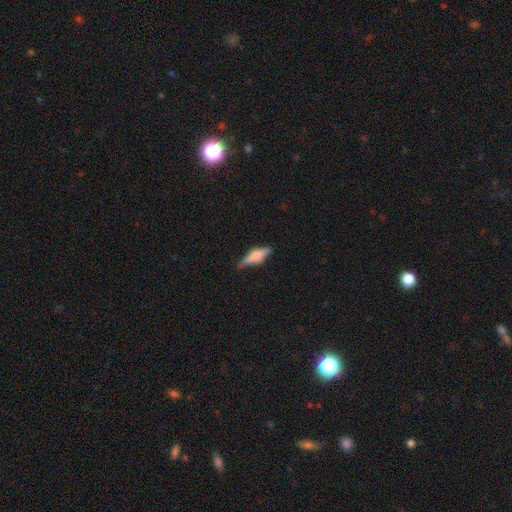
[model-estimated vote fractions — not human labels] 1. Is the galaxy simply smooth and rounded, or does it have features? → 53% smooth, 40% featured or disk, 8% star or artifact.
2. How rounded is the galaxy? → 56% cigar-shaped, 41% in between, 3% round.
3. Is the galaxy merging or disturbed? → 77% none, 18% minor disturbance, 4% major disturbance, 2% merger.